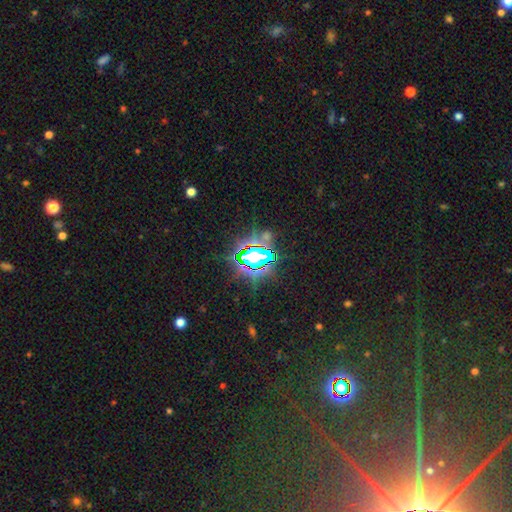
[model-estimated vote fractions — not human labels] A star or artifact, not a galaxy (76%).